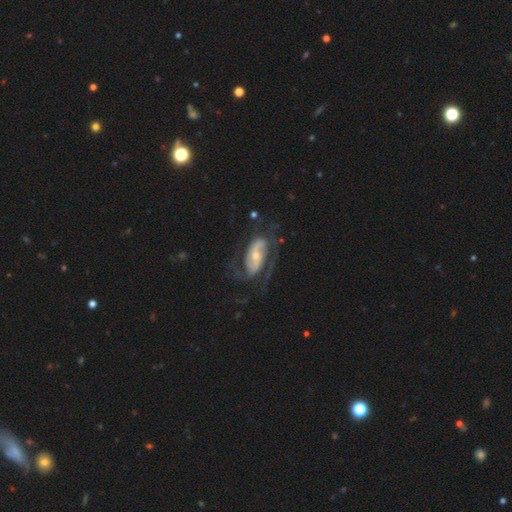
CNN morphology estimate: smooth-or-featured: featured or disk: 83% | smooth: 12% | star or artifact: 5%
  disk-edge-on: no: 96% | yes: 4%
    bar: no: 36% (tied) | weak: 36% (tied) | strong: 28%
    has-spiral-arms: yes: 92% | no: 8%
      spiral-winding: medium: 45% | tight: 28% | loose: 27%
      spiral-arm-count: 2: 70% | can't tell: 13% | 3: 7% | 1: 6% | 4: 3% | more than 4: 2%
    bulge-size: small: 51% | moderate: 42% | large: 4% | none: 1% | dominant: 1%
  merging: none: 57% | major disturbance: 23% | minor disturbance: 18% | merger: 2%